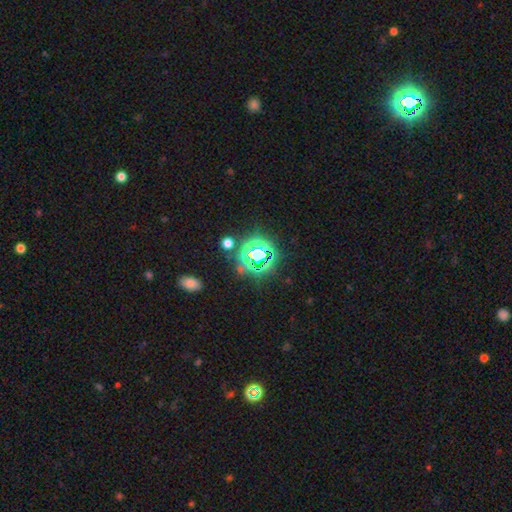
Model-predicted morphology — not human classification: Smooth or featured: star or artifact — 73% (smooth — 17%)